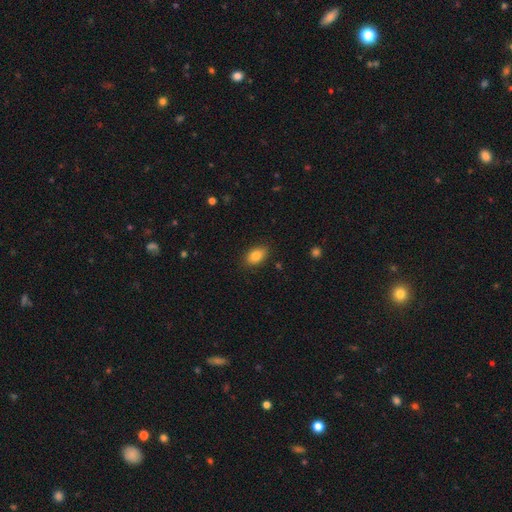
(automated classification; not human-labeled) Smooth or featured?
  - smooth: 85% *
  - star or artifact: 8%
  - featured or disk: 7%
How rounded?
  - in between: 87% *
  - round: 11%
  - cigar-shaped: 2%
Merging?
  - none: 85% *
  - minor disturbance: 11%
  - major disturbance: 3%
  - merger: 1%